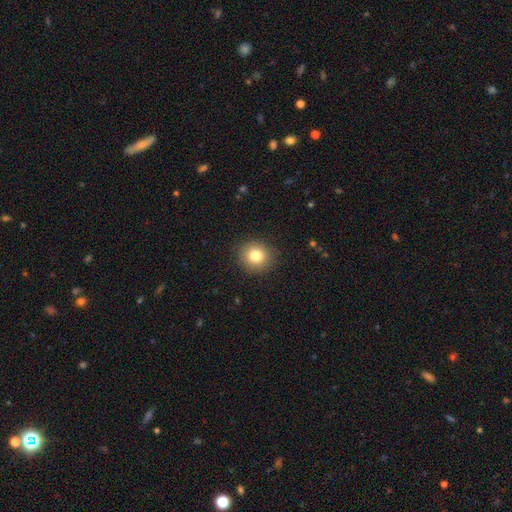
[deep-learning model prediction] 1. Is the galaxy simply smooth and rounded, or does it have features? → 80% smooth, 11% star or artifact, 9% featured or disk.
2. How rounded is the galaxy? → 87% round, 12% in between, 1% cigar-shaped.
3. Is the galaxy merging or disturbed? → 90% none, 7% minor disturbance, 2% major disturbance, 1% merger.